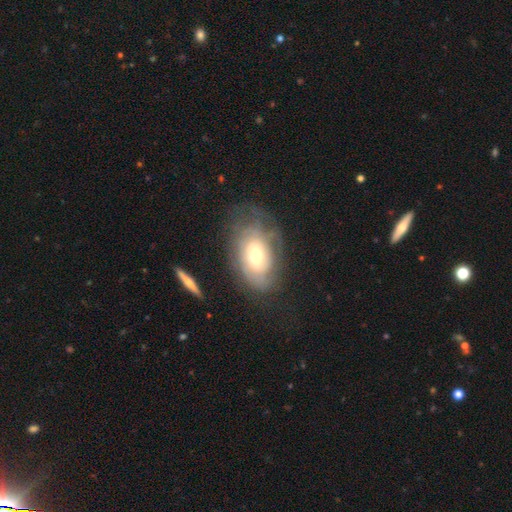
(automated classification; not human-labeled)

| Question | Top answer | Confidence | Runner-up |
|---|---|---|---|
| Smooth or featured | featured or disk | 58% | smooth (34%) |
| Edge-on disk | no | 91% | yes (9%) |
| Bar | no | 69% | weak (25%) |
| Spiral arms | yes | 68% | no (32%) |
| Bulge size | moderate | 63% | small (20%) |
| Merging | none | 57% | minor disturbance (24%) |